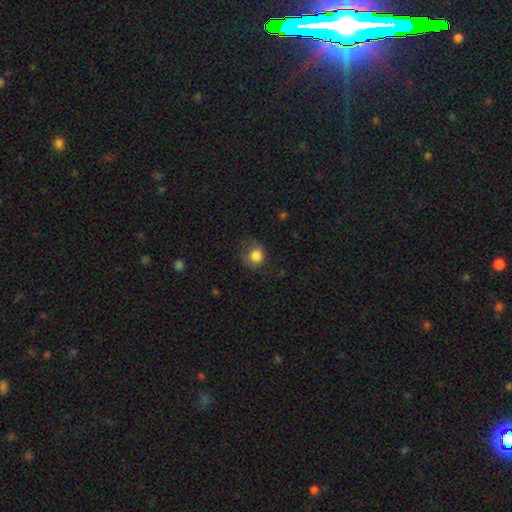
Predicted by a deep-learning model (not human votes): smooth_or_featured: smooth (p=0.83) [alt: star or artifact p=0.09]
how_rounded: round (p=0.76) [alt: in between p=0.23]
merging: none (p=0.56) [alt: minor disturbance p=0.27]